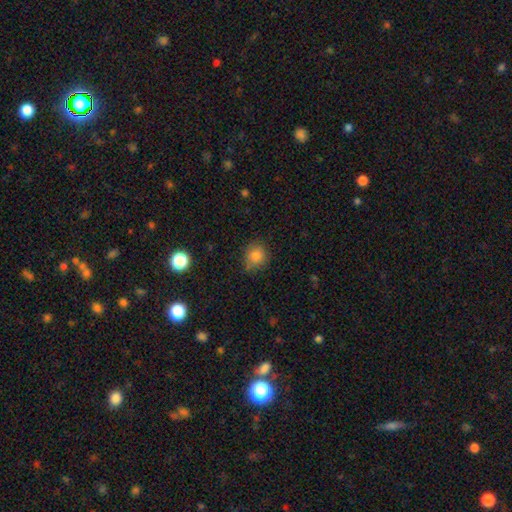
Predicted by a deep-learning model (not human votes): Smooth or featured: smooth — 82% (star or artifact — 12%)
How rounded: round — 82% (in between — 17%)
Merging: none — 75% (minor disturbance — 19%)